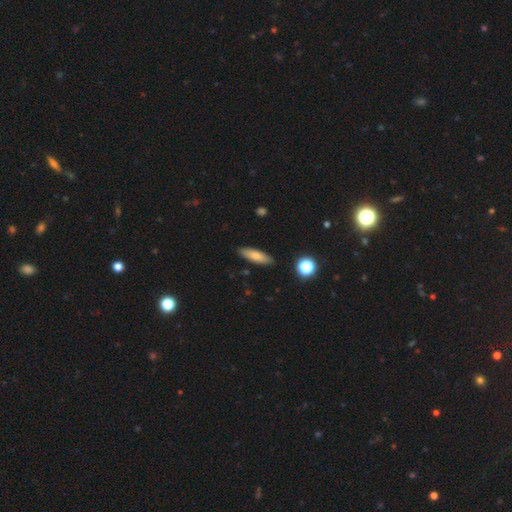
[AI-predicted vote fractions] Overall: smooth (77%). How rounded: cigar-shaped (57%; in between 40%). Merging: none (89%).